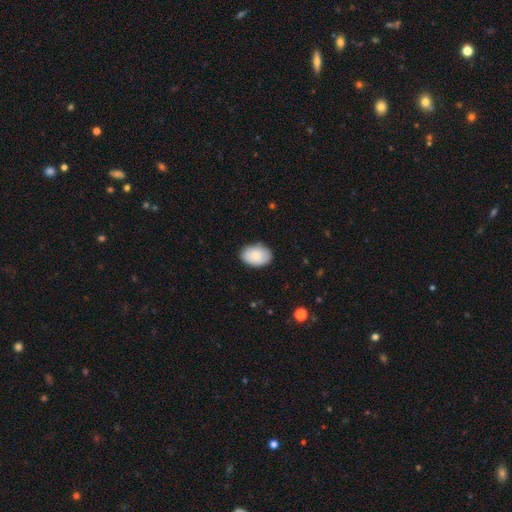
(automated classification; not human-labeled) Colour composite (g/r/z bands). It shows a smooth galaxy with no disk features (84%) that is in between round and cigar-shaped (85%). Merging: none (85%).